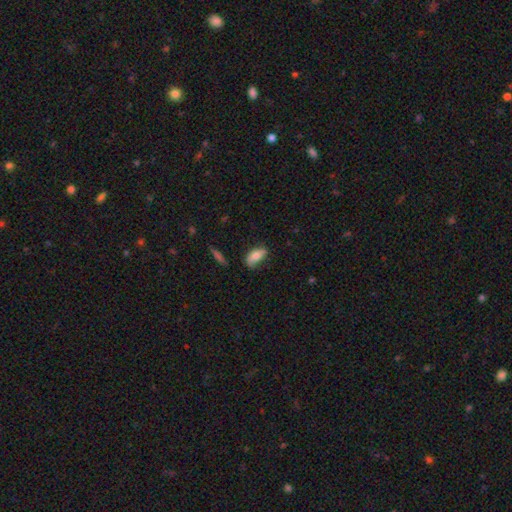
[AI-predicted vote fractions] A smooth galaxy with no disk features (65%) that is in between round and cigar-shaped (89%). Merging: none (60%).